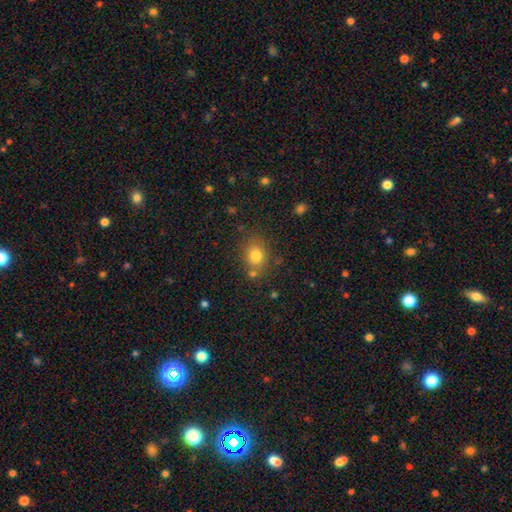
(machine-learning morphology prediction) Smooth or featured?
  - smooth: 79% *
  - star or artifact: 13%
  - featured or disk: 8%
How rounded?
  - round: 60% *
  - in between: 39%
  - cigar-shaped: 1%
Merging?
  - none: 73% *
  - minor disturbance: 13%
  - merger: 10%
  - major disturbance: 4%